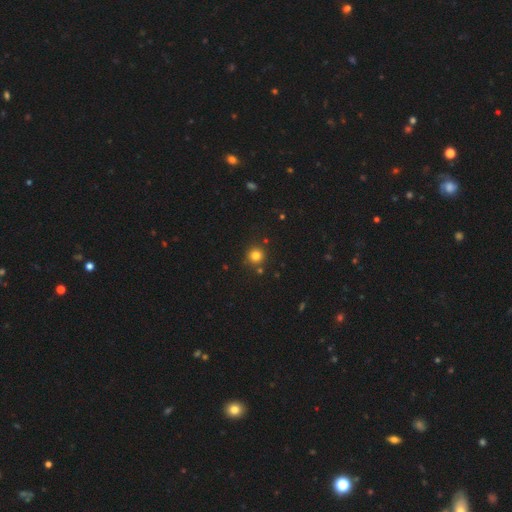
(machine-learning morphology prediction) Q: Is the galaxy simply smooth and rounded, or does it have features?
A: smooth — 80%.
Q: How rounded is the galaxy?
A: round — 94%.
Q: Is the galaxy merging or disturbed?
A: none — 85%.